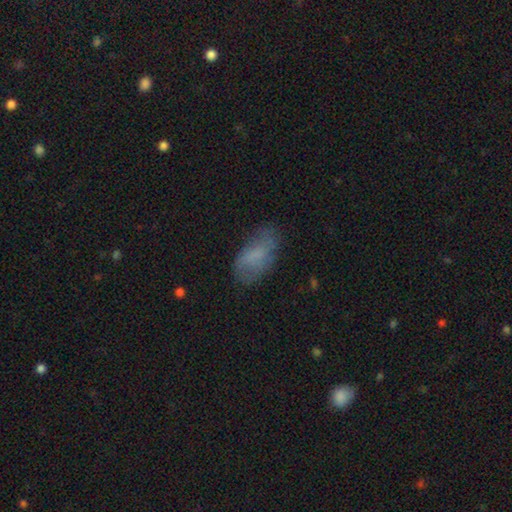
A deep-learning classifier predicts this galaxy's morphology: Smooth or featured? Predicted: smooth (p=0.68). How rounded? Predicted: in between (p=0.91). Merging? Predicted: none (p=0.59).